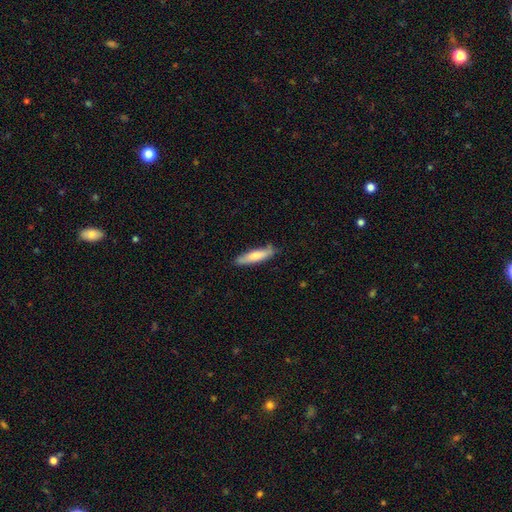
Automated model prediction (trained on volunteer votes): Q: Smooth or featured?
A: smooth (75%); runner-up: featured or disk (20%)
Q: How rounded?
A: cigar-shaped (78%); runner-up: in between (21%)
Q: Merging?
A: none (79%); runner-up: minor disturbance (16%)